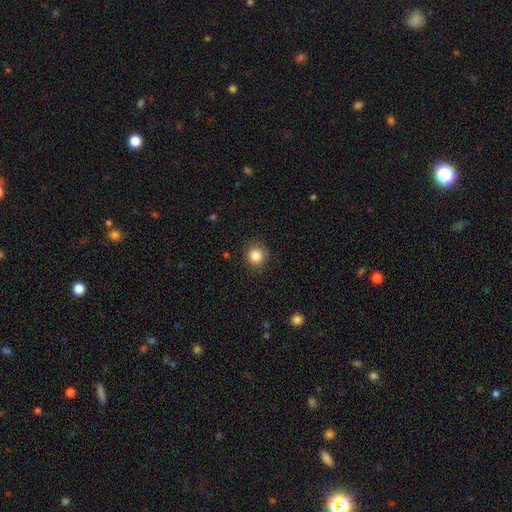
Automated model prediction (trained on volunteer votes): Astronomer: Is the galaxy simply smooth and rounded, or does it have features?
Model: smooth — 86%.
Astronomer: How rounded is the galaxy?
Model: round — 91%.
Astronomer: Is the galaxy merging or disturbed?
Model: none — 89%.